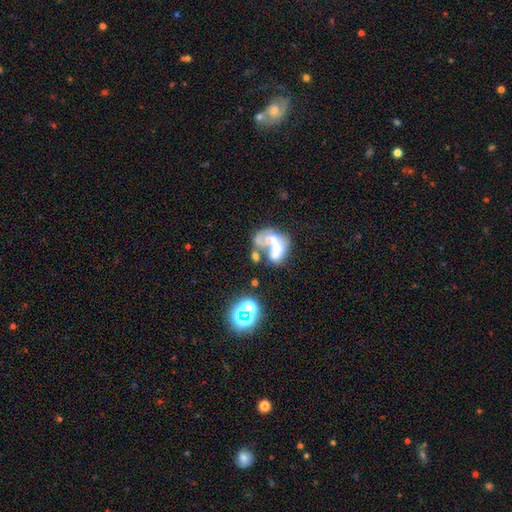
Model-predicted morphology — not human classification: This appears to be a featured or disk galaxy (56%) with no bar (78%), no spiral arms (73%) and no central bulge (56%). Merging: merger (39%).